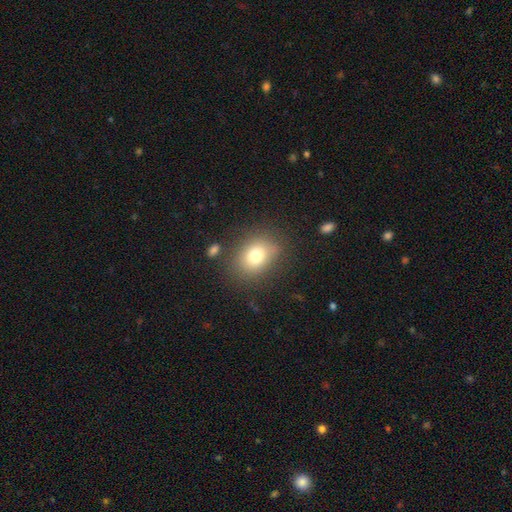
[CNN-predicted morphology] type=smooth (76%); roundness=in between (62%); merging=none (78%).